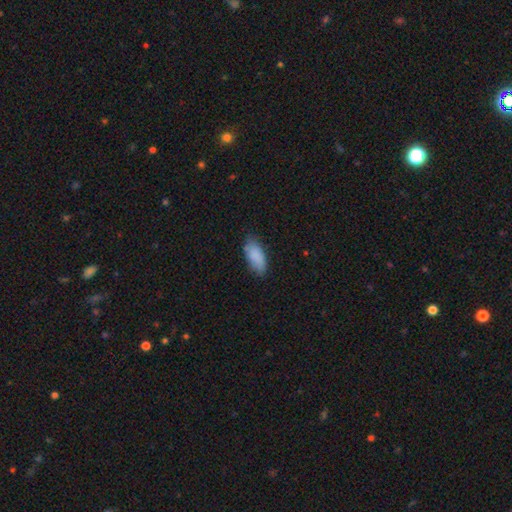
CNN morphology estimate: Smooth or featured: smooth — 86% (featured or disk — 7%)
How rounded: in between — 87% (cigar-shaped — 11%)
Merging: none — 69% (minor disturbance — 24%)